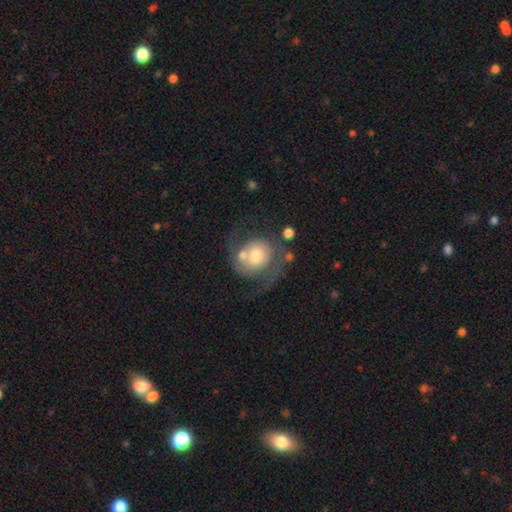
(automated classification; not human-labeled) A featured or disk galaxy (66%) with no bar (74%), 2 (87%) loose (45%) spiral arms (85%) and a moderate central bulge (56%). Merging: none (48%).